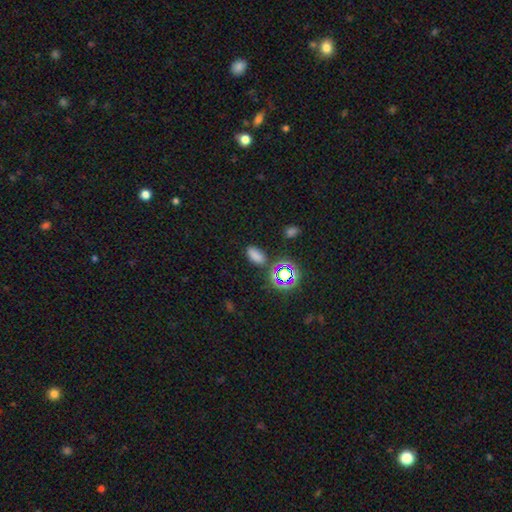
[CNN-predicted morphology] Smooth or featured: smooth — 70% (star or artifact — 24%)
How rounded: in between — 87% (round — 7%)
Merging: none — 78% (minor disturbance — 13%)